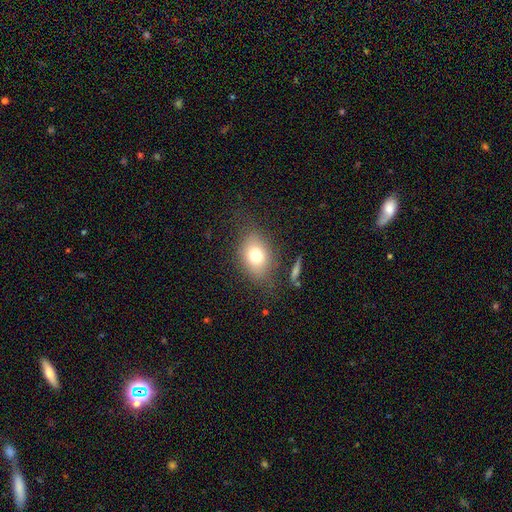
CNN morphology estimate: Q: Smooth or featured?
A: smooth (73%); runner-up: featured or disk (17%)
Q: How rounded?
A: in between (71%); runner-up: round (27%)
Q: Merging?
A: none (71%); runner-up: minor disturbance (17%)